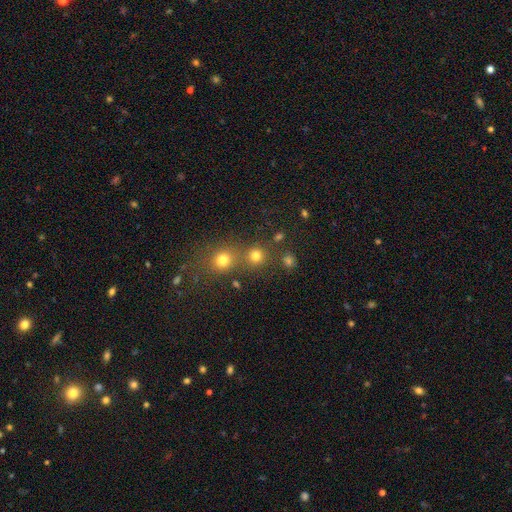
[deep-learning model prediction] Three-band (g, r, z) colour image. It shows a smooth galaxy with no disk features (77%) that is round (90%). Merging: none (68%).